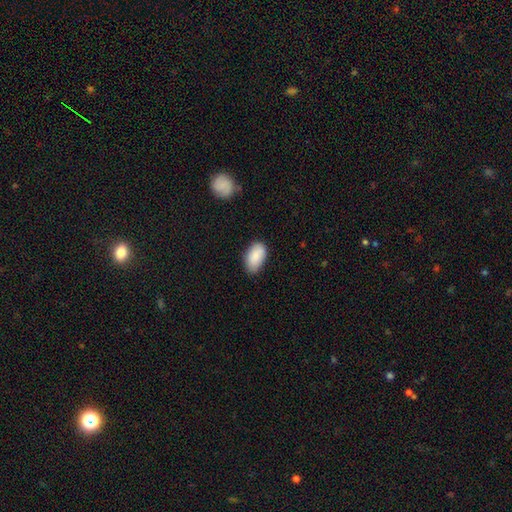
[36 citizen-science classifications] A smooth galaxy with no disk features (97%) that is in between round and cigar-shaped (91%). Merging: none (66%).